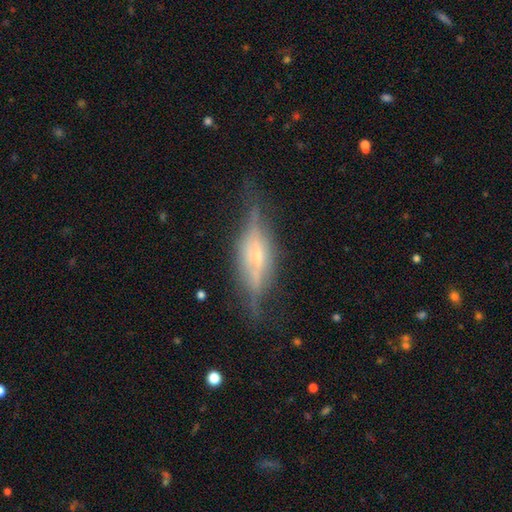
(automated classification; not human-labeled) A featured or disk galaxy (78%) viewed edge-on (90%) with a rounded central bulge (65%). Merging: none (67%).